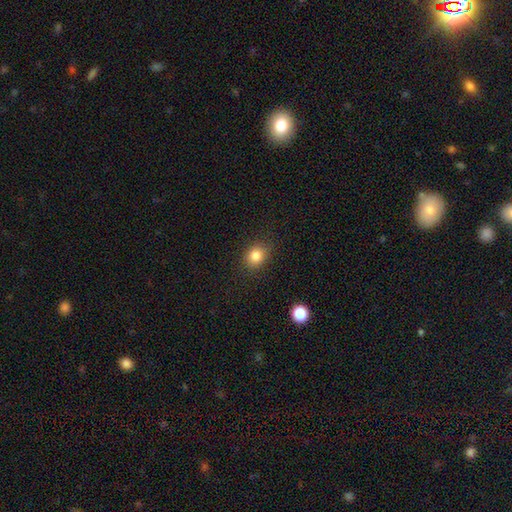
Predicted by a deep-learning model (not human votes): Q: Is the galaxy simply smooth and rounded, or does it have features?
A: smooth — 83%.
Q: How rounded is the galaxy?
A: round — 61%.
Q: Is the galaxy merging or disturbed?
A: none — 86%.